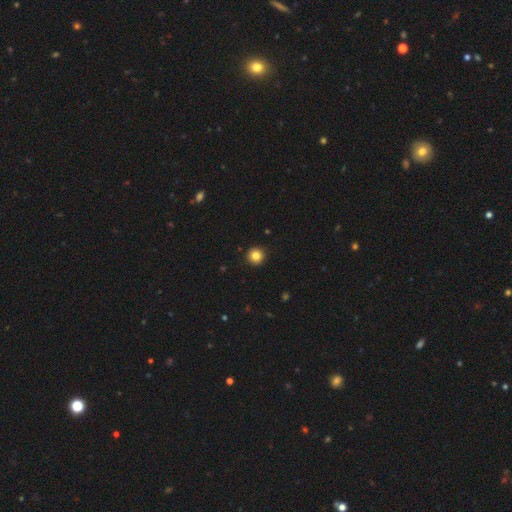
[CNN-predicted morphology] Smooth or featured? Predicted: smooth (p=0.84). How rounded? Predicted: round (p=0.96). Merging? Predicted: none (p=0.93).